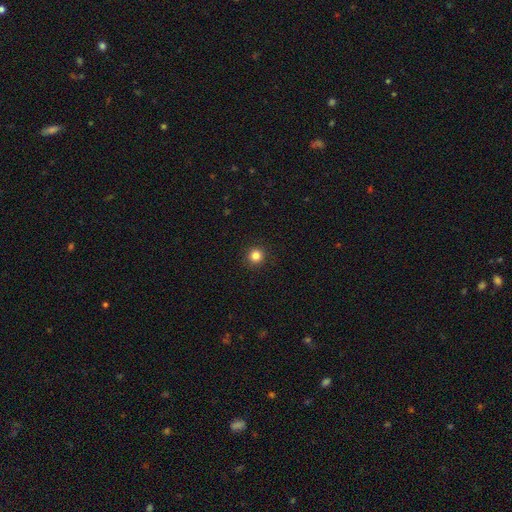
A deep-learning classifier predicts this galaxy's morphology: Smooth or featured?
  - smooth: 83% *
  - star or artifact: 12%
  - featured or disk: 4%
How rounded?
  - round: 95% *
  - in between: 4%
  - cigar-shaped: 1%
Merging?
  - none: 93% *
  - minor disturbance: 5%
  - major disturbance: 2%
  - merger: 1%